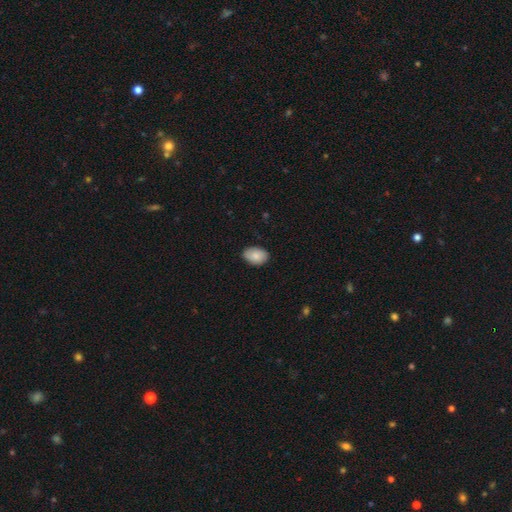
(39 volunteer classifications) Q: Smooth or featured?
A: smooth (92%); runner-up: star or artifact (5%)
Q: How rounded?
A: in between (83%); runner-up: round (17%)
Q: Merging?
A: none (89%); runner-up: minor disturbance (8%)